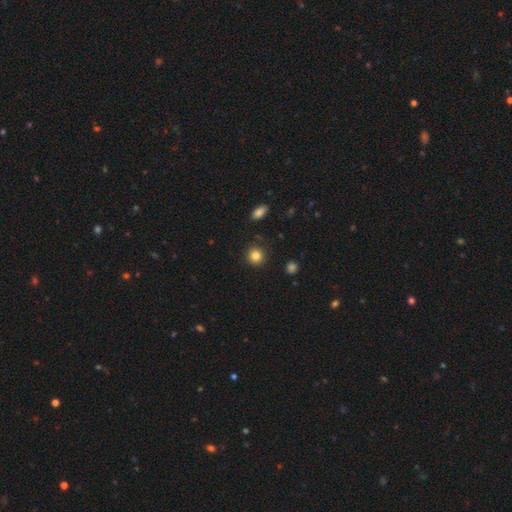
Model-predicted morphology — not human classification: The model was most divided on "smooth or featured": smooth: 84%, star or artifact: 10%, featured or disk: 6%. More confident: how rounded — round (91%); merging — none (90%).